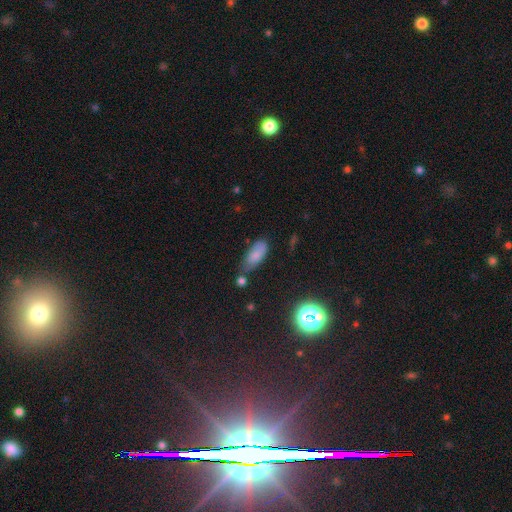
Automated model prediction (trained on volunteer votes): This appears to be a smooth galaxy with no disk features (77%) that is in between round and cigar-shaped (83%). Merging: none (50%).